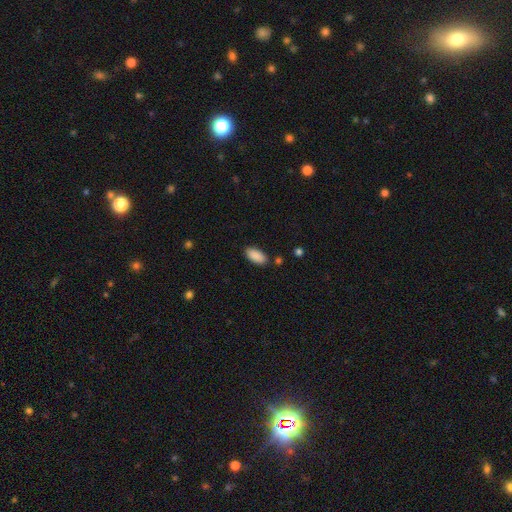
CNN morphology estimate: Overall: smooth (90%). How rounded: in between (91%). Merging: none (85%).